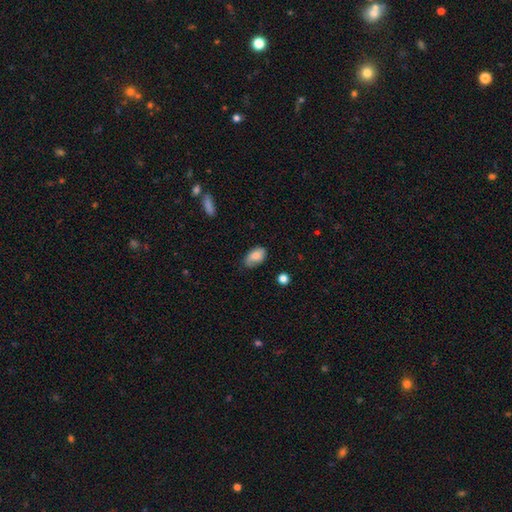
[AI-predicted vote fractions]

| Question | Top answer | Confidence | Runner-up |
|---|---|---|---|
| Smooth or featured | smooth | 79% | featured or disk (13%) |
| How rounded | in between | 92% | round (7%) |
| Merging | none | 63% | minor disturbance (29%) |